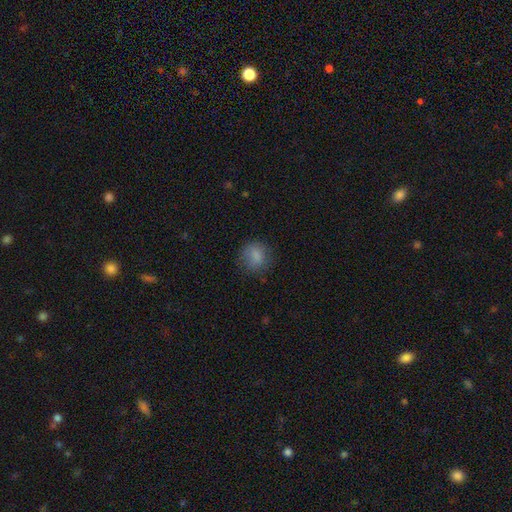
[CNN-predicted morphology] This appears to be a smooth galaxy with no disk features (81%) that is round (74%). Merging: none (73%).